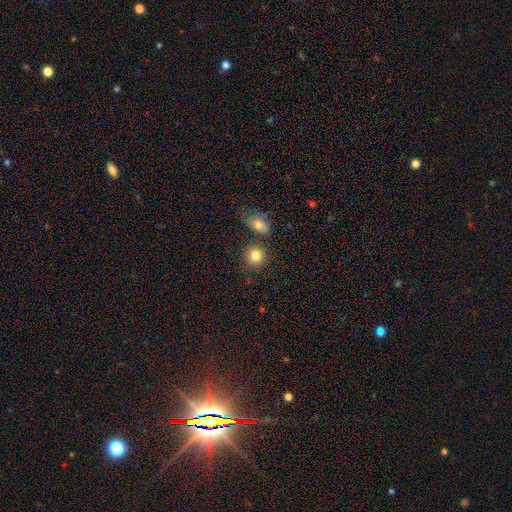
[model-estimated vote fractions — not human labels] A smooth galaxy with no disk features (84%) that is round (85%).

Vote fractions:
- Smooth or featured? smooth: 84% / star or artifact: 9% / featured or disk: 7%
- How rounded? round: 85% / in between: 14% / cigar-shaped: 1%
- Merging? none: 74% / merger: 13% / minor disturbance: 10% / major disturbance: 3%